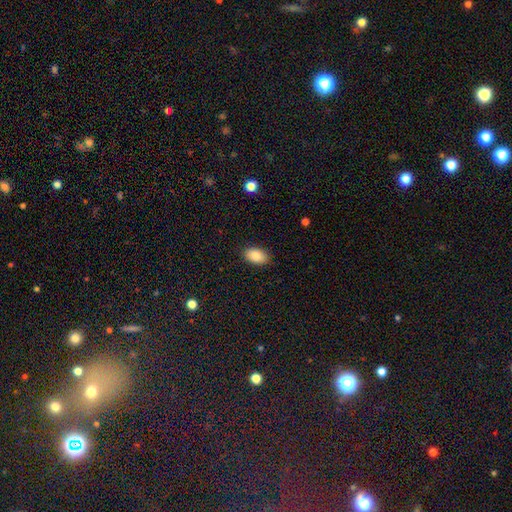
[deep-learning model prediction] Smooth or featured: smooth — 86% (star or artifact — 7%)
How rounded: in between — 92% (round — 7%)
Merging: none — 88% (minor disturbance — 9%)